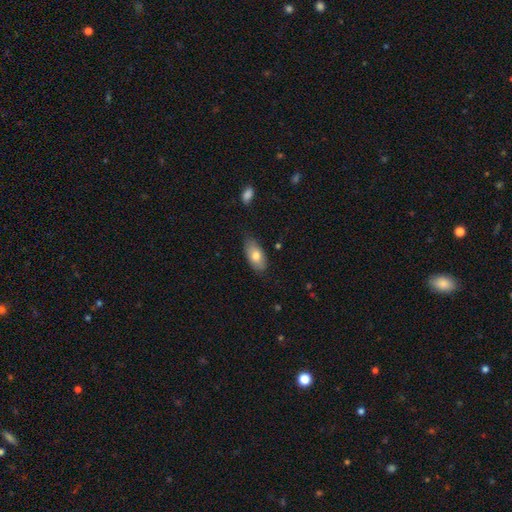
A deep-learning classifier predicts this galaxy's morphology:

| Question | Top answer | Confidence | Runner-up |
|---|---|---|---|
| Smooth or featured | smooth | 75% | featured or disk (19%) |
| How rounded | in between | 90% | cigar-shaped (7%) |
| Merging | none | 78% | minor disturbance (17%) |